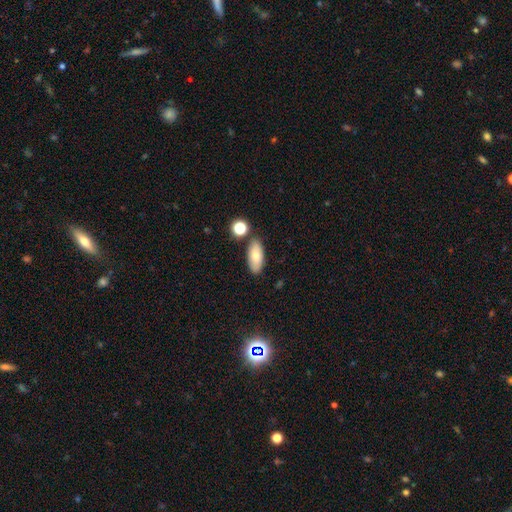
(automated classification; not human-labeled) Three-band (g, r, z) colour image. It shows a smooth galaxy with no disk features (77%) that is in between round and cigar-shaped (87%). Merging: none (80%).